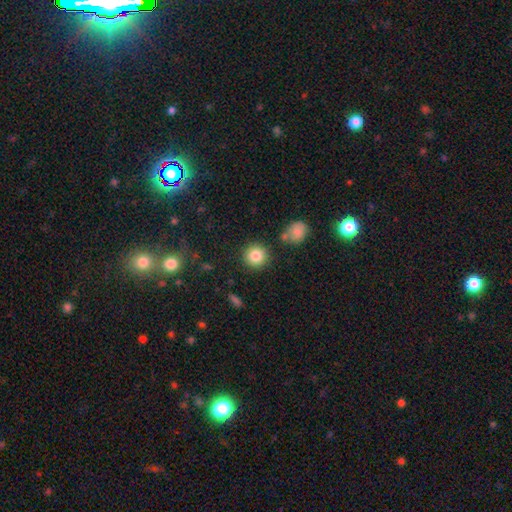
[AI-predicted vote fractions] smooth_or_featured: smooth (p=0.84) [alt: star or artifact p=0.10]
how_rounded: round (p=0.93) [alt: in between p=0.06]
merging: none (p=0.86) [alt: minor disturbance p=0.08]